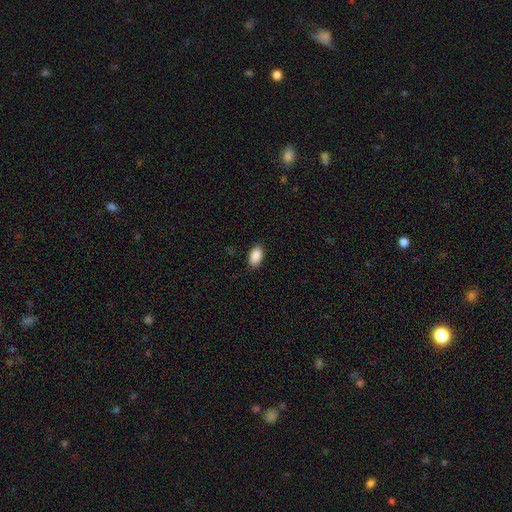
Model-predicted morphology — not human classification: type=smooth (90%); roundness=in between (93%); merging=none (87%).